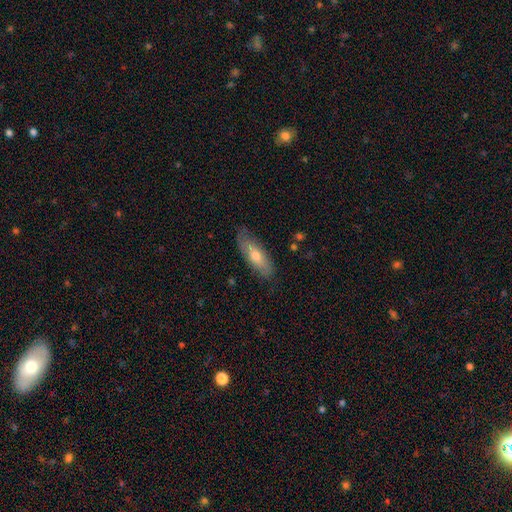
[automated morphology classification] Smooth or featured: smooth — 62% (featured or disk — 31%)
How rounded: in between — 52% (cigar-shaped — 46%)
Merging: none — 78% (minor disturbance — 17%)